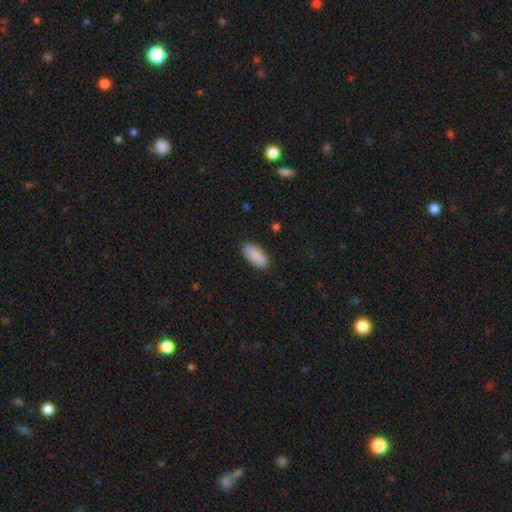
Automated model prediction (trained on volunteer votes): Morphology: type=smooth (90%); roundness=in between (88%); merging=none (88%).